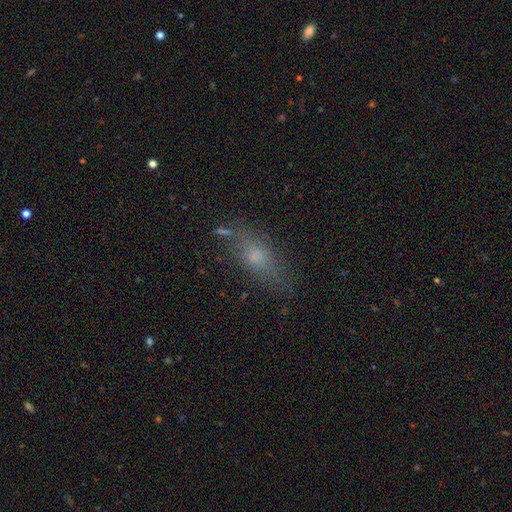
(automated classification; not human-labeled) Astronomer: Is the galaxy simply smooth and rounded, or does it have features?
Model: smooth — 55%.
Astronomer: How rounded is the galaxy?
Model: in between — 59%.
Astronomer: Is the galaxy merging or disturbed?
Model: none — 72%.